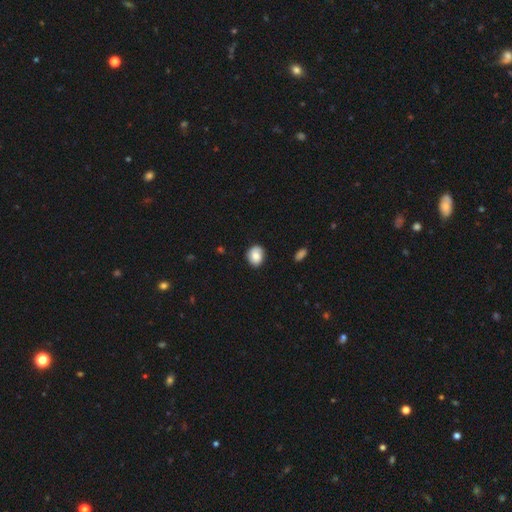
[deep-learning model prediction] Smooth or featured: smooth — 78% (featured or disk — 14%)
How rounded: round — 58% (in between — 41%)
Merging: none — 79% (minor disturbance — 16%)